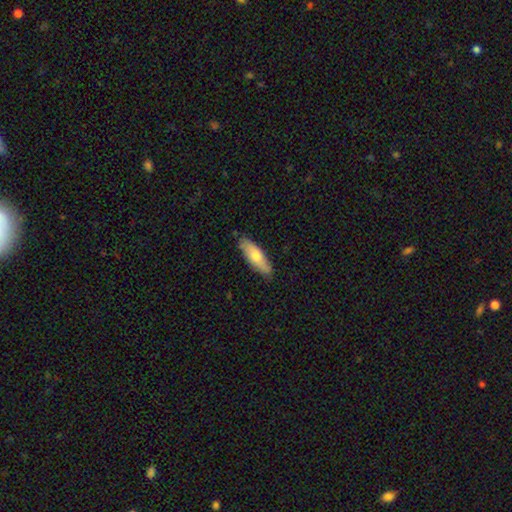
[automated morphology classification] type=smooth (68%); roundness=in between (55%); merging=none (82%).